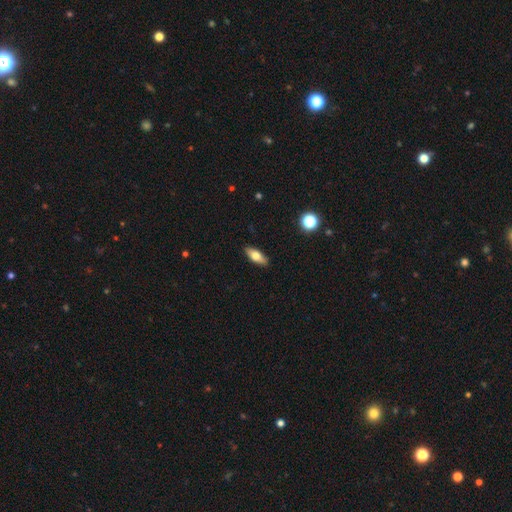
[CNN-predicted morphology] Smooth or featured? smooth (67%)
How rounded? in between (73%)
Merging? none (89%)